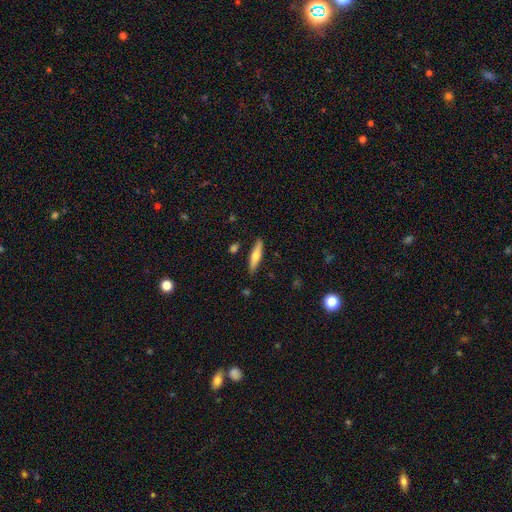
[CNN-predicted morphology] smooth-or-featured: smooth: 50% | featured or disk: 44% | star or artifact: 6%
  merging: none: 87% | minor disturbance: 9% | merger: 2% | major disturbance: 2%